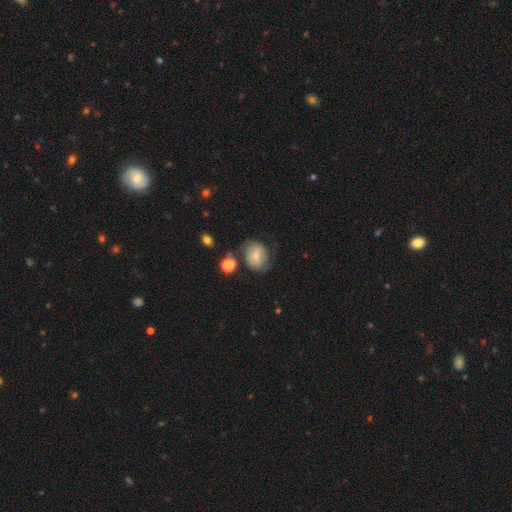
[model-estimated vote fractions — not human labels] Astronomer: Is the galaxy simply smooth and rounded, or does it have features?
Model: smooth — 63%.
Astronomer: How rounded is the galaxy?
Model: round — 57% (runner-up: in between, 42%).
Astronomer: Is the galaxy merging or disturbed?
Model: none — 61%.